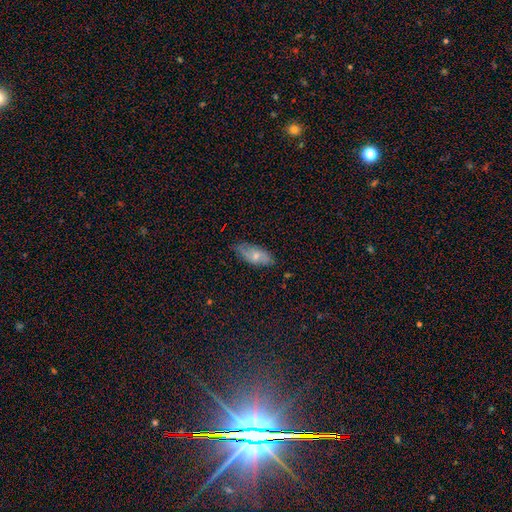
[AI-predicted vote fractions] Overall: smooth (56%; featured or disk 35%). How rounded: in between (87%). Merging: none (72%).